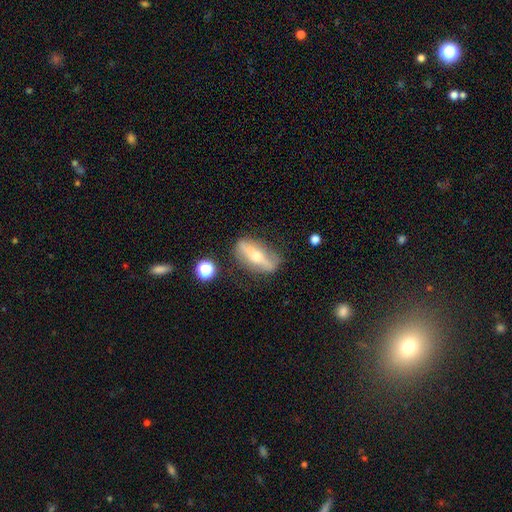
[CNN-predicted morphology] Q: Smooth or featured?
A: featured or disk (65%); runner-up: smooth (28%)
Q: Edge-on disk?
A: yes (64%); runner-up: no (36%)
Q: Merging?
A: none (75%); runner-up: minor disturbance (15%)